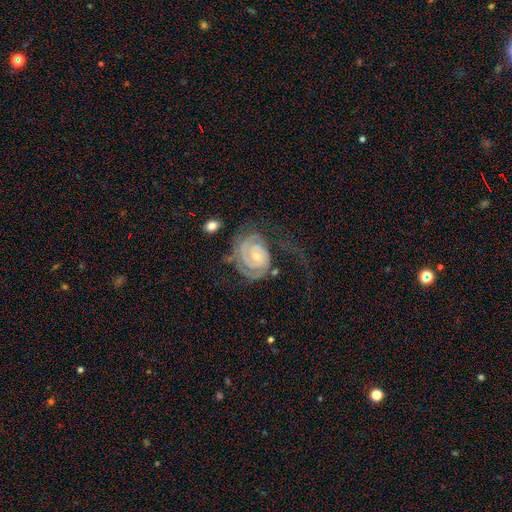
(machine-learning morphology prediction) Smooth or featured? Predicted: featured or disk (p=0.90). Edge-on disk? Predicted: no (p=0.98). Bar? Predicted: no (p=0.56). Spiral arms? Predicted: yes (p=0.98). Spiral winding? Predicted: tight (p=0.75). Spiral arm count? Predicted: 2 (p=0.57). Bulge size? Predicted: small (p=0.63). Merging? Predicted: none (p=0.48).